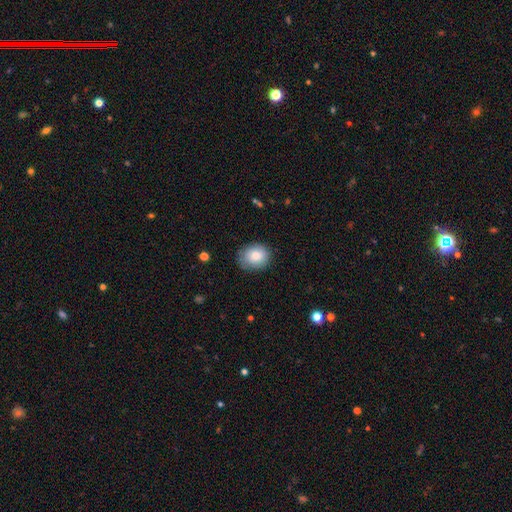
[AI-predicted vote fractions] Smooth or featured? smooth (83%)
How rounded? round (56%)
Merging? none (79%)